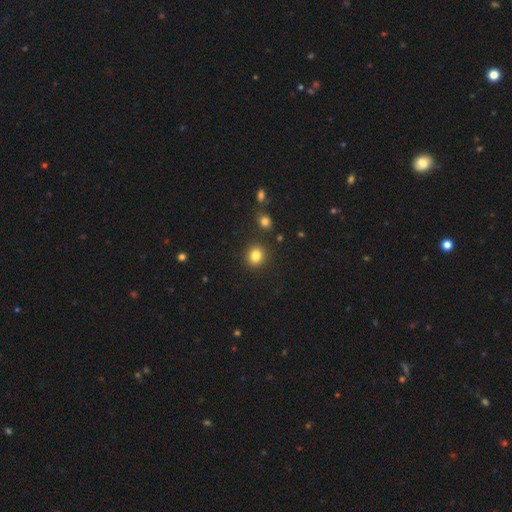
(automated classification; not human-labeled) This is clearly a smooth galaxy (83%). How rounded: clearly round (81%). Merging: clearly none (88%).